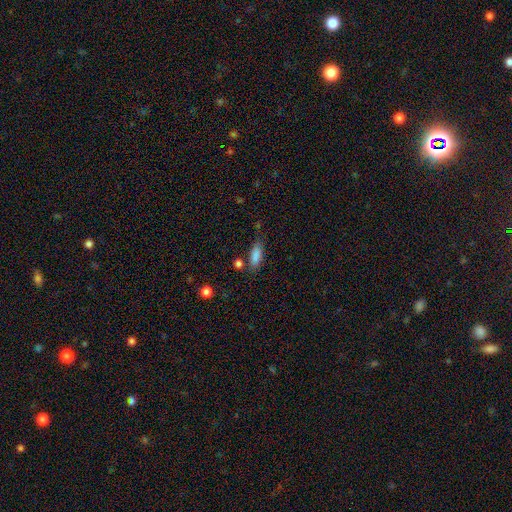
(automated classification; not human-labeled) A smooth galaxy with no disk features (86%) that is in between round and cigar-shaped (68%). Merging: none (72%).